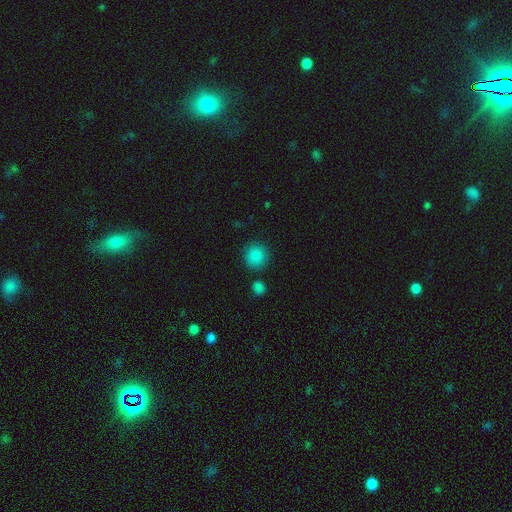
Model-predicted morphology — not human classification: smooth-or-featured: smooth: 87% | star or artifact: 9% | featured or disk: 4%
  how-rounded: round: 91% | in between: 8% | cigar-shaped: 1%
  merging: none: 84% | minor disturbance: 8% | merger: 5% | major disturbance: 3%